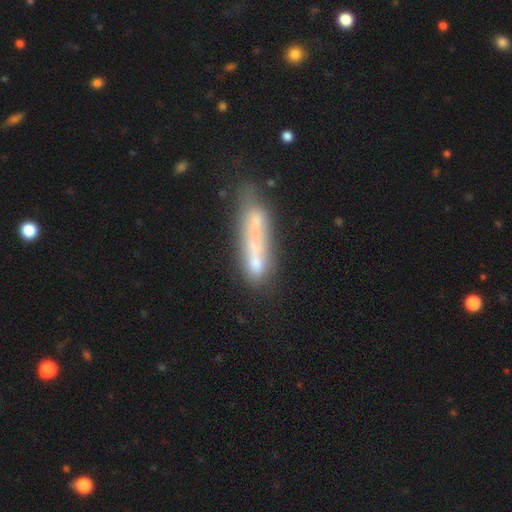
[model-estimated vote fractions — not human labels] Smooth or featured? smooth (46%)
Merging? none (37%)